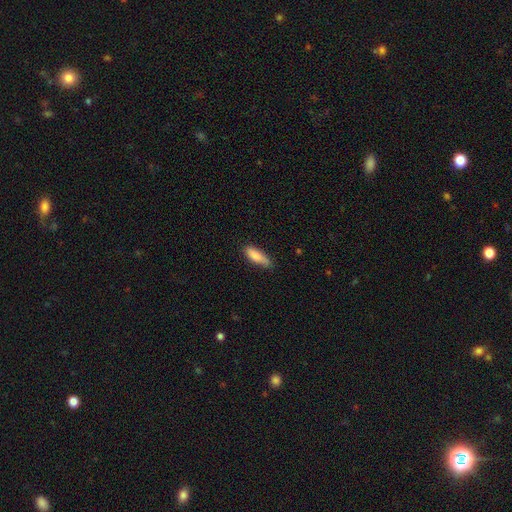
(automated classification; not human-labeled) This is clearly a smooth galaxy (84%). How rounded: possibly in between (57%). Merging: likely none (62%).